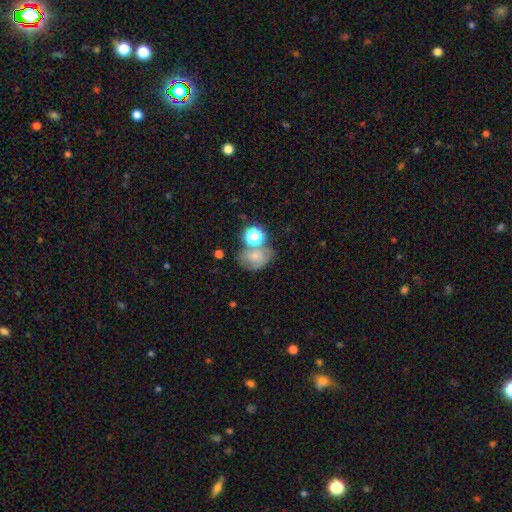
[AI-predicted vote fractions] smooth 54%, featured or disk 30%, star or artifact 16%. Down the decision tree: how rounded — in between (56%); merging — none (43%).